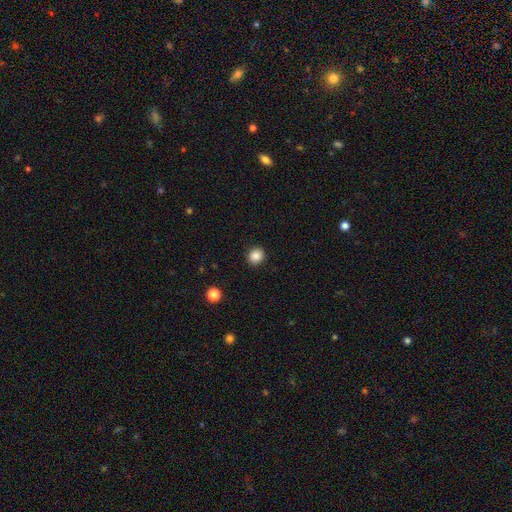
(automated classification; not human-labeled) Smooth or featured: smooth — 86% (star or artifact — 10%)
How rounded: round — 81% (in between — 18%)
Merging: none — 91% (minor disturbance — 6%)